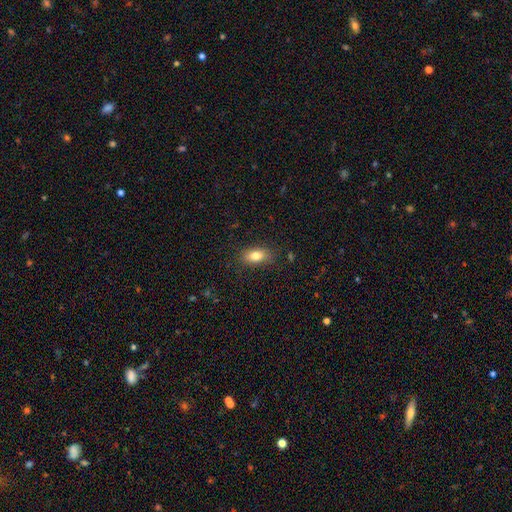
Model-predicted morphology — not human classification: Smooth or featured: smooth — 79% (featured or disk — 12%)
How rounded: in between — 86% (round — 8%)
Merging: none — 83% (minor disturbance — 12%)